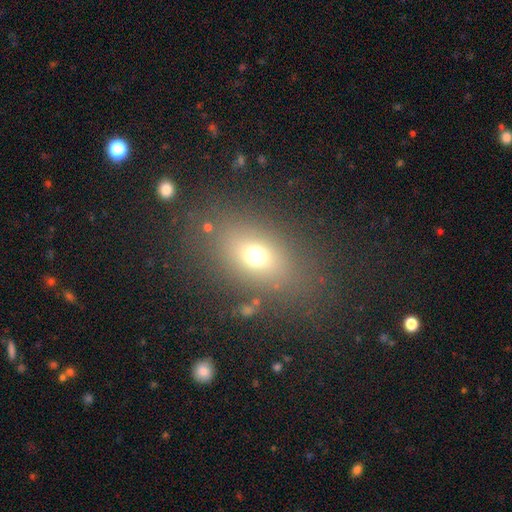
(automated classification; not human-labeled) The model was most divided on "how rounded": in between: 71%, round: 26%, cigar-shaped: 3%. More confident: merging — none (79%); smooth or featured — smooth (68%).